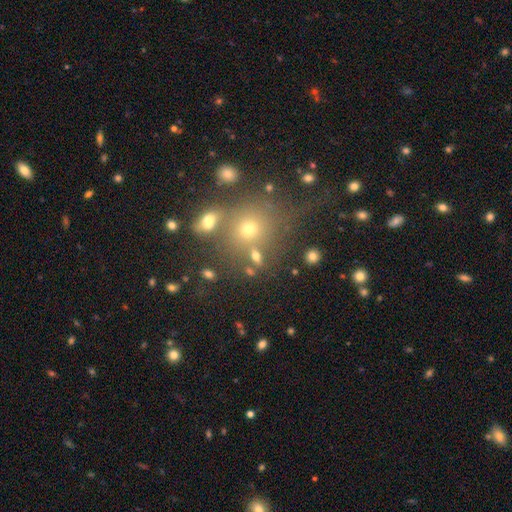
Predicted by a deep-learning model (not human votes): A smooth galaxy with no disk features (65%) that is in between round and cigar-shaped (50%). Merging: none (62%).